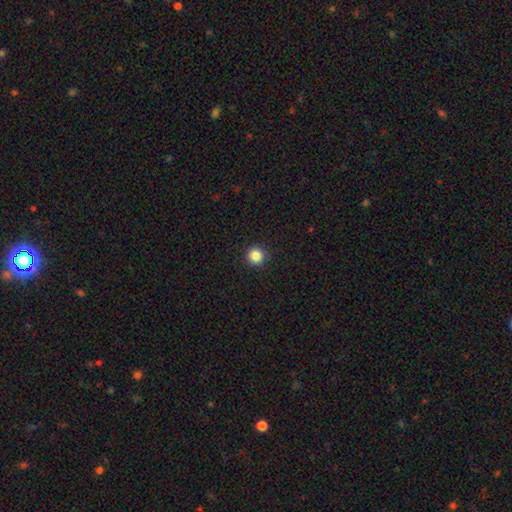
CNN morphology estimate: smooth-or-featured: smooth: 85% | star or artifact: 11% | featured or disk: 4%
  how-rounded: round: 96% | in between: 3% | cigar-shaped: 1%
  merging: none: 93% | minor disturbance: 5% | major disturbance: 2% | merger: 1%